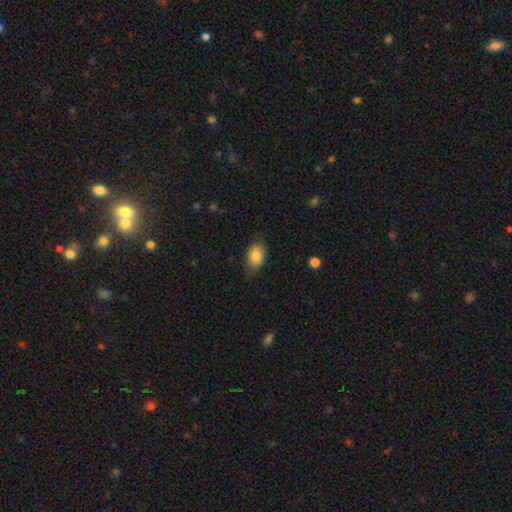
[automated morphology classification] Q: Smooth or featured?
A: smooth (84%); runner-up: featured or disk (9%)
Q: How rounded?
A: in between (86%); runner-up: round (12%)
Q: Merging?
A: none (76%); runner-up: minor disturbance (19%)